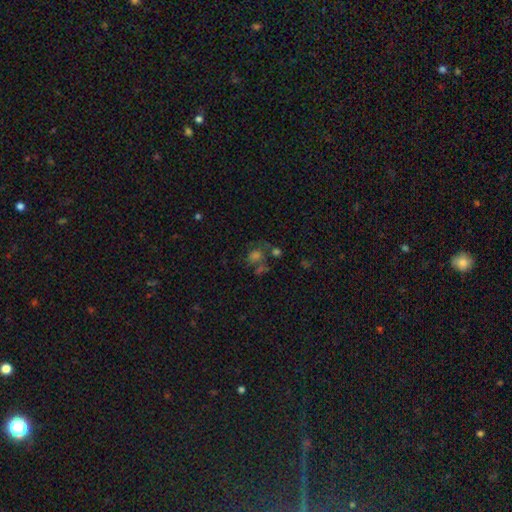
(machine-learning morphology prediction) type=smooth (41%); merging=none (42%).